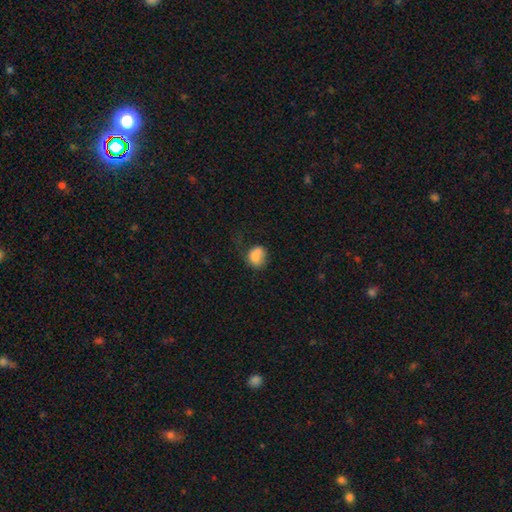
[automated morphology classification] smooth 78%, featured or disk 13%, star or artifact 9%. Down the decision tree: how rounded — round (59%); merging — none (44%).